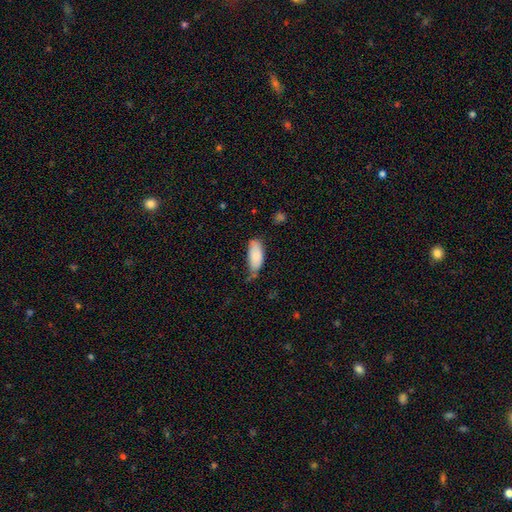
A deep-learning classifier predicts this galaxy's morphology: This is clearly a smooth galaxy (86%). How rounded: clearly in between (88%). Merging: possibly none (45%).